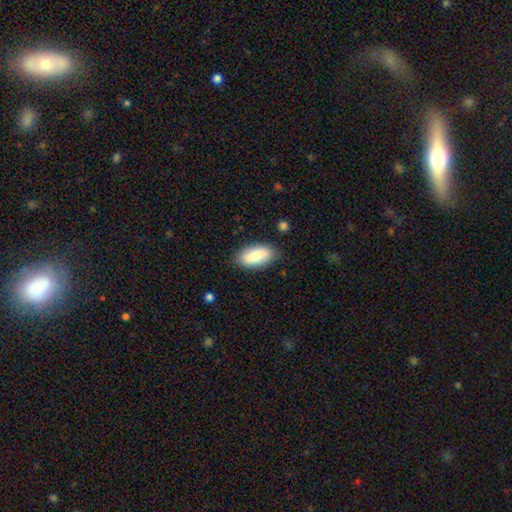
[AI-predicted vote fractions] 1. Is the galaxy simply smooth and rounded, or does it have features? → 81% smooth, 13% featured or disk, 6% star or artifact.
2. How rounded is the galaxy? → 93% in between, 5% cigar-shaped, 3% round.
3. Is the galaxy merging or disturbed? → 83% none, 13% minor disturbance, 3% major disturbance, 1% merger.